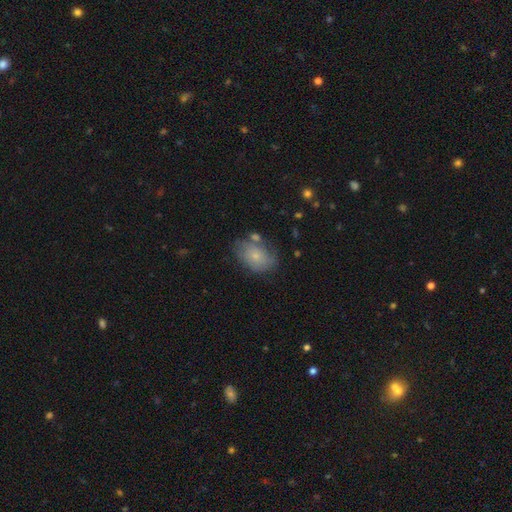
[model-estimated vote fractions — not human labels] Smooth or featured? smooth (67%)
How rounded? in between (78%)
Merging? none (56%)